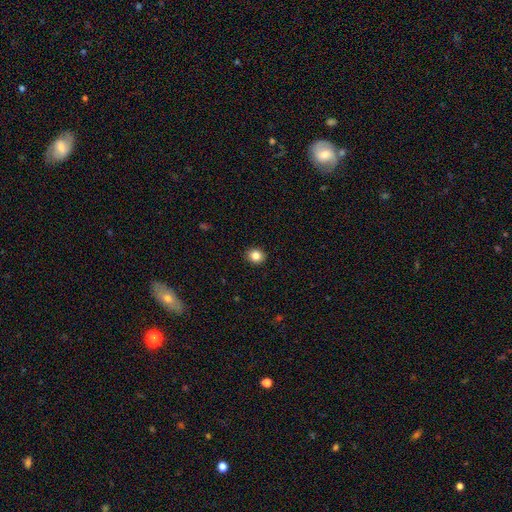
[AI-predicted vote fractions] A smooth galaxy with no disk features (84%) that is round (71%). Merging: none (91%).